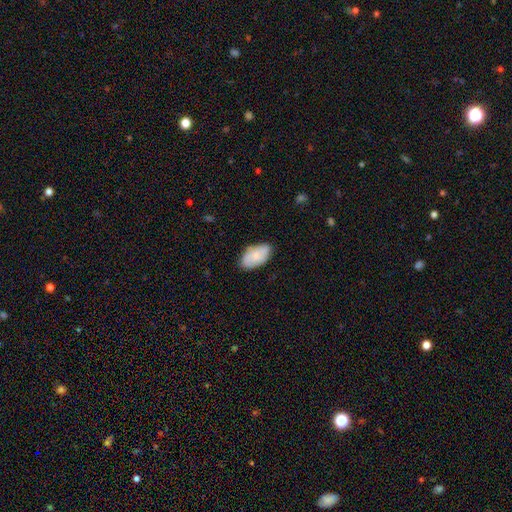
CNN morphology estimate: smooth 79%, featured or disk 15%, star or artifact 6%. Down the decision tree: how rounded — in between (94%); merging — none (77%).